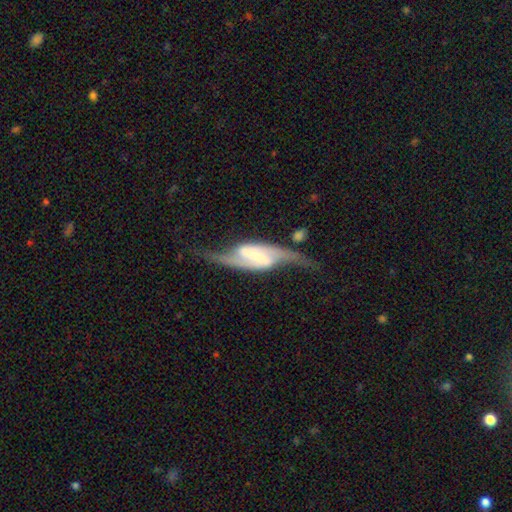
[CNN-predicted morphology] type=featured or disk (89%); edge-on=no (94%); bar=strong (59%); spiral arms=yes (97%); winding=loose (70%); arm count=2 (94%); bulge=none (52%); merging=none (64%).